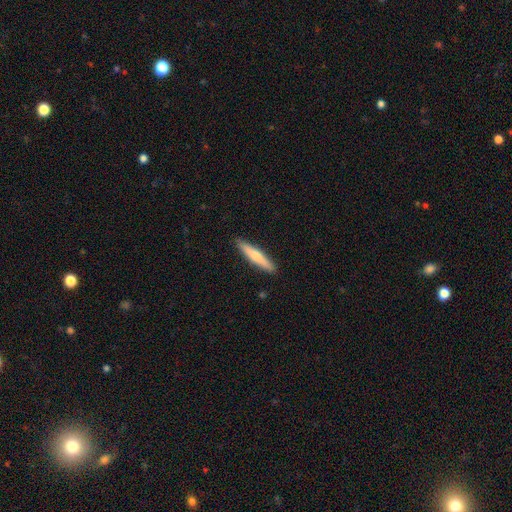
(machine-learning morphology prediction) A smooth galaxy with no disk features (63%) that is cigar-shaped (90%). Merging: none (90%).